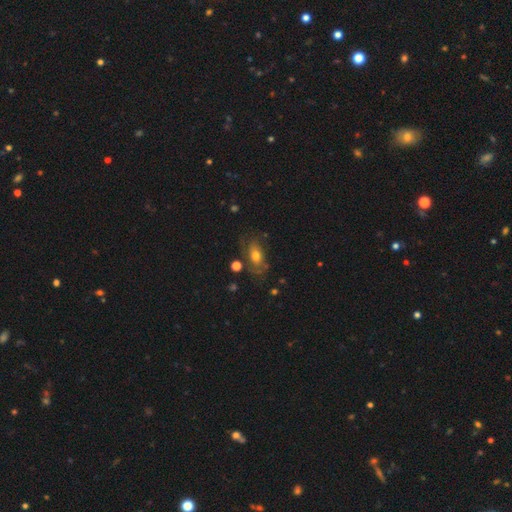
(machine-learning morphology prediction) A smooth galaxy with no disk features (45%).

Vote fractions:
- Smooth or featured? smooth: 45% / featured or disk: 43% / star or artifact: 11%
- Merging? none: 60% / minor disturbance: 22% / major disturbance: 14% / merger: 4%